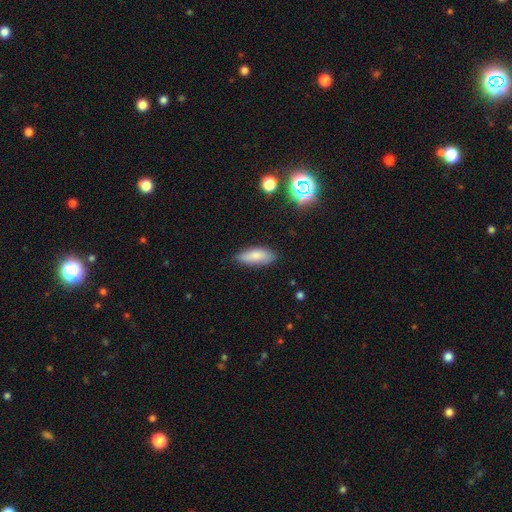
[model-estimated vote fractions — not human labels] smooth-or-featured: smooth: 79% | featured or disk: 13% | star or artifact: 8%
  how-rounded: in between: 73% | cigar-shaped: 25% | round: 2%
  merging: none: 77% | minor disturbance: 18% | major disturbance: 3% | merger: 2%